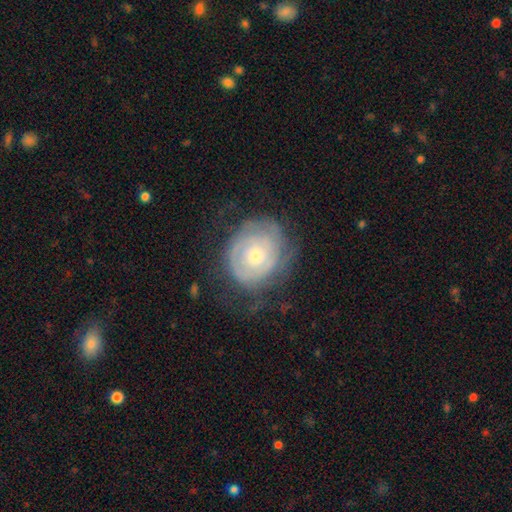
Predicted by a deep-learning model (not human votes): Smooth or featured?
  - featured or disk: 69% *
  - smooth: 25%
  - star or artifact: 6%
Edge-on disk?
  - no: 97% *
  - yes: 3%
Bar?
  - no: 84% *
  - weak: 13%
  - strong: 3%
Spiral arms?
  - yes: 75% *
  - no: 25%
Spiral winding?
  - tight: 75% *
  - medium: 17%
  - loose: 8%
Spiral arm count?
  - can't tell: 54% *
  - 2: 21%
  - 1: 9%
  - 3: 8%
  - 4: 4%
  - more than 4: 3%
Bulge size?
  - small: 56% *
  - moderate: 38%
  - large: 3%
  - none: 1%
  - dominant: 1%
Merging?
  - none: 60% *
  - minor disturbance: 23%
  - major disturbance: 15%
  - merger: 1%